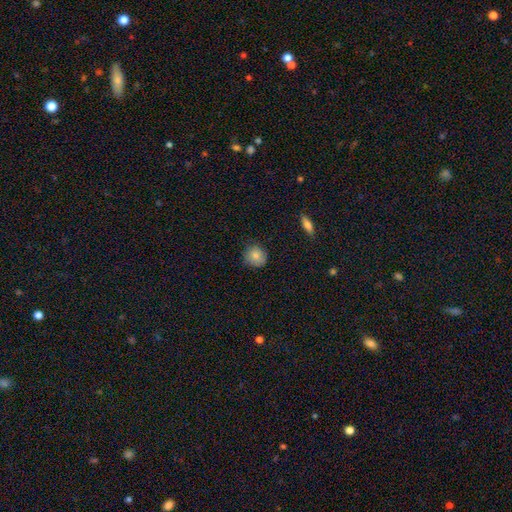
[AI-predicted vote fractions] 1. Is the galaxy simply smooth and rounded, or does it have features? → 84% smooth, 9% star or artifact, 7% featured or disk.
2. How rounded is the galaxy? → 89% round, 10% in between, 1% cigar-shaped.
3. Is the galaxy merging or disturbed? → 82% none, 14% minor disturbance, 2% major disturbance, 1% merger.